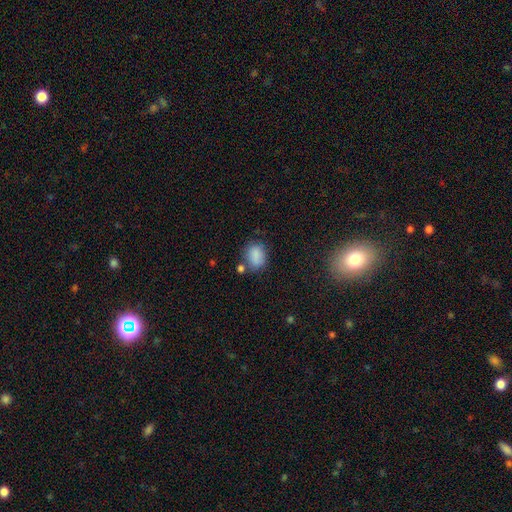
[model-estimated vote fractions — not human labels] Smooth or featured: smooth — 85% (star or artifact — 10%)
How rounded: in between — 58% (round — 41%)
Merging: none — 65% (minor disturbance — 18%)